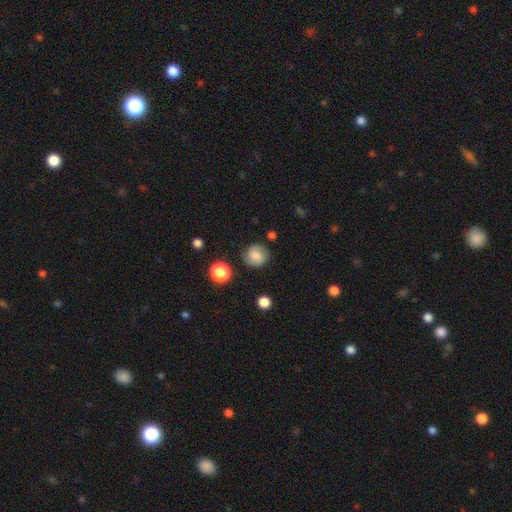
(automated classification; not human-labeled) smooth-or-featured: smooth: 56% | featured or disk: 33% | star or artifact: 11%
  how-rounded: round: 86% | in between: 13% | cigar-shaped: 1%
  merging: none: 81% | minor disturbance: 12% | major disturbance: 4% | merger: 2%